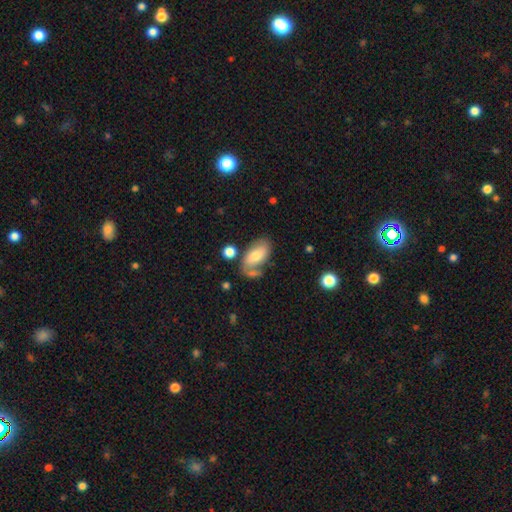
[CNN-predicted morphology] Q: Smooth or featured?
A: smooth (59%); runner-up: featured or disk (33%)
Q: How rounded?
A: in between (91%); runner-up: round (5%)
Q: Merging?
A: none (51%); runner-up: minor disturbance (21%)